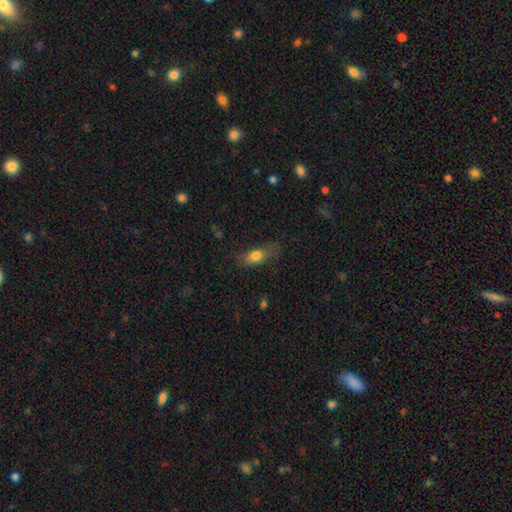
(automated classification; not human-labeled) Smooth or featured? Predicted: smooth (p=0.75). How rounded? Predicted: in between (p=0.72). Merging? Predicted: none (p=0.65).